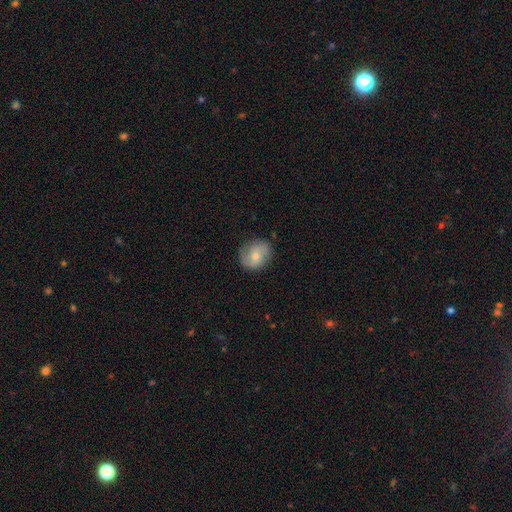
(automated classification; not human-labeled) Morphology: type=smooth (53%); roundness=round (77%); merging=none (80%).